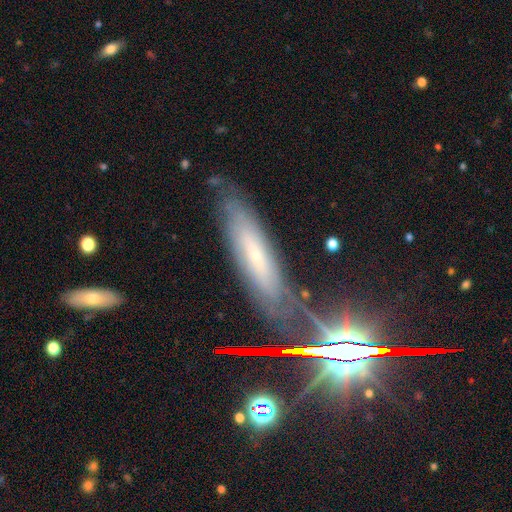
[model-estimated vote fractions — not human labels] This is marginally a featured or disk galaxy (44%). Merging: likely none (80%).